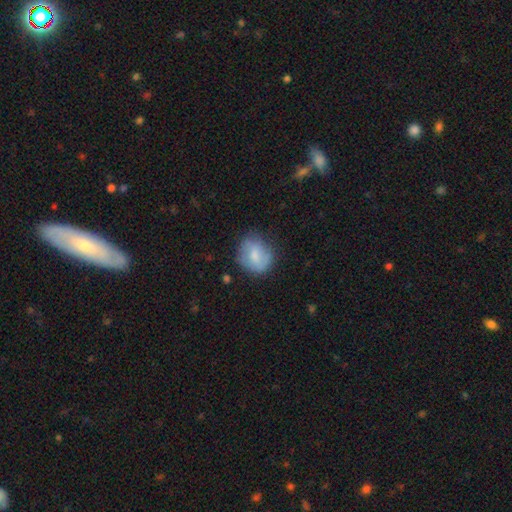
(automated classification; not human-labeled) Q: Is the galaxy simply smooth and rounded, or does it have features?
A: smooth — 66%.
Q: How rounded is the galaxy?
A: round — 62%.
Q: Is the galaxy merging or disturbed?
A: none — 63%.